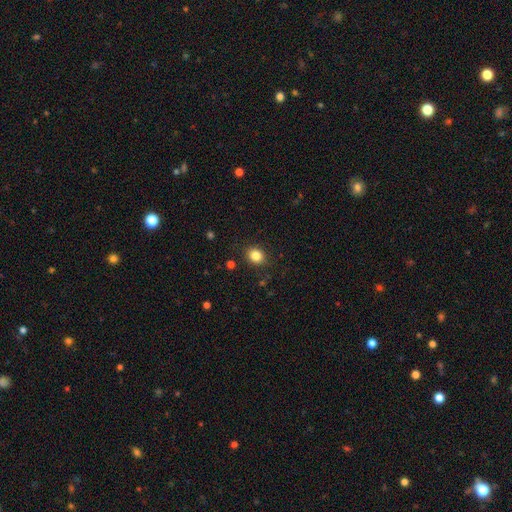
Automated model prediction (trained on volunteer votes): This is clearly a smooth galaxy (84%). How rounded: likely round (67%). Merging: clearly none (87%).